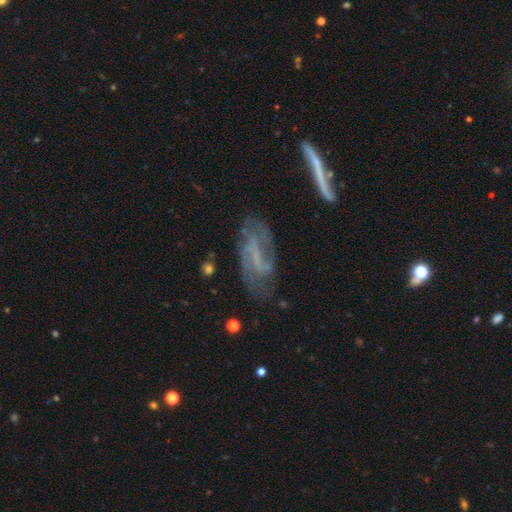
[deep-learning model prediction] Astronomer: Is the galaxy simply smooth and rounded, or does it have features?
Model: featured or disk — 78%.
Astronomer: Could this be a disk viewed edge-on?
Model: no — 93%.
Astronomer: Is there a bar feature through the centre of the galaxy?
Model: weak — 43% (runner-up: strong, 31%).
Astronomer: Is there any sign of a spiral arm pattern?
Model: yes — 89%.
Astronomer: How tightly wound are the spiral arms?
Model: medium — 42% (runner-up: loose, 33%).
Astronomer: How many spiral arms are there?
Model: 2 — 70%.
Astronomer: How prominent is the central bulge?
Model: none — 58%.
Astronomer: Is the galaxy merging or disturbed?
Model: none — 62%.